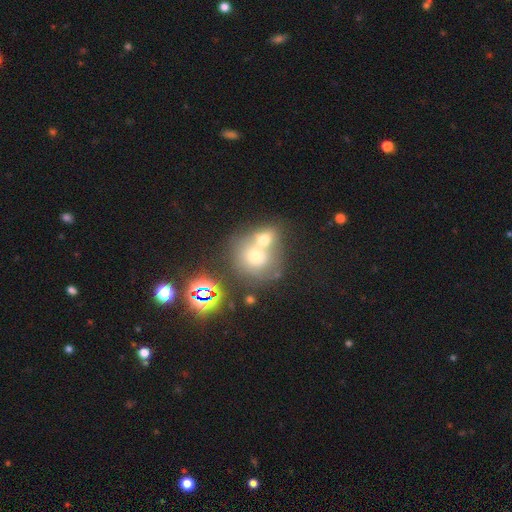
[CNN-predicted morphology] This is possibly a smooth galaxy (58%). How rounded: likely round (77%). Merging: likely merger (64%).